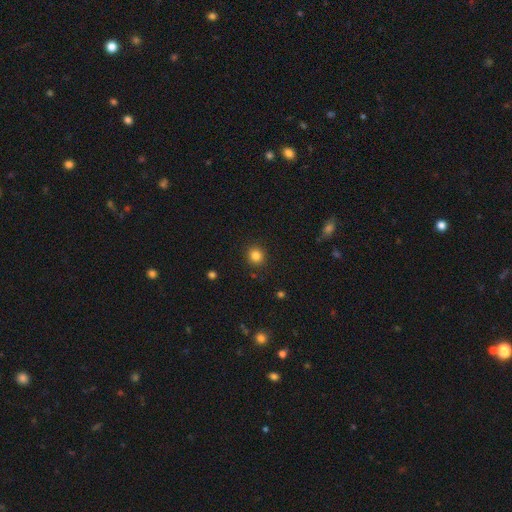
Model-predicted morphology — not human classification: The model was most divided on "smooth or featured": smooth: 83%, star or artifact: 12%, featured or disk: 5%. More confident: merging — none (90%); how rounded — round (89%).